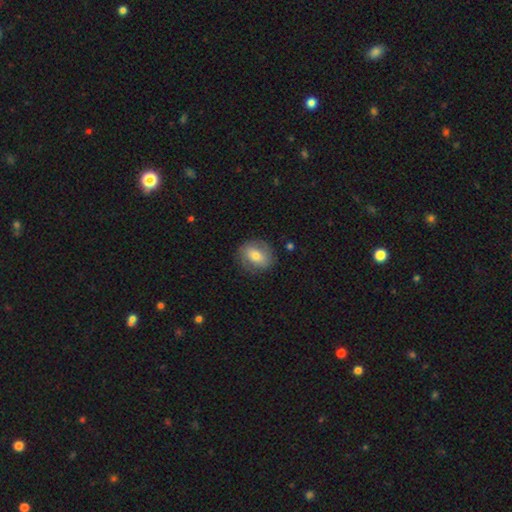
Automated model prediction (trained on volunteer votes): A smooth galaxy with no disk features (65%) that is round (54%).

Vote fractions:
- Smooth or featured? smooth: 65% / featured or disk: 27% / star or artifact: 8%
- How rounded? round: 54% / in between: 44% / cigar-shaped: 1%
- Merging? none: 81% / minor disturbance: 13% / major disturbance: 5% / merger: 1%